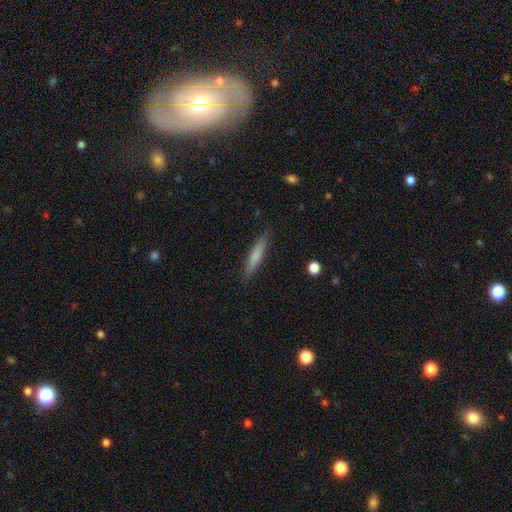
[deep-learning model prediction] Smooth or featured? Predicted: smooth (p=0.72). How rounded? Predicted: cigar-shaped (p=0.92). Merging? Predicted: none (p=0.88).